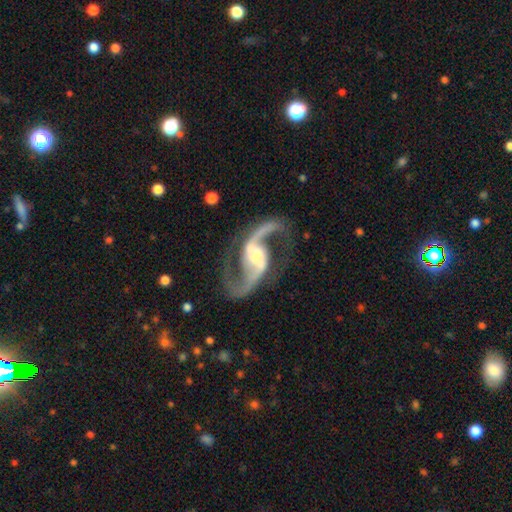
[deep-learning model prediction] This appears to be a featured or disk galaxy (94%) with a strong bar (48%), 2 (95%) loose (53%) spiral arms (98%) and a moderate central bulge (52%). Merging: none (82%).